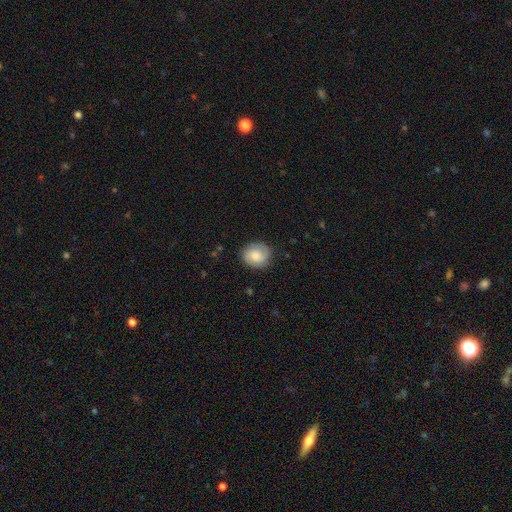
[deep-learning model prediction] The model was most divided on "smooth or featured": smooth: 57%, featured or disk: 36%, star or artifact: 8%. More confident: merging — none (83%); how rounded — round (70%).